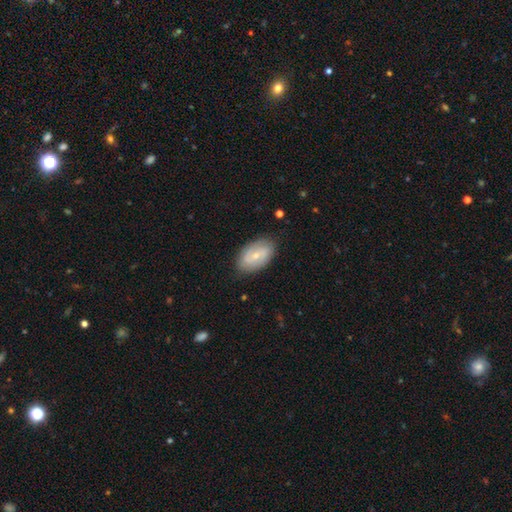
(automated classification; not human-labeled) smooth-or-featured: featured or disk: 49% | smooth: 45% | star or artifact: 6%
  merging: none: 82% | minor disturbance: 13% | major disturbance: 3% | merger: 1%